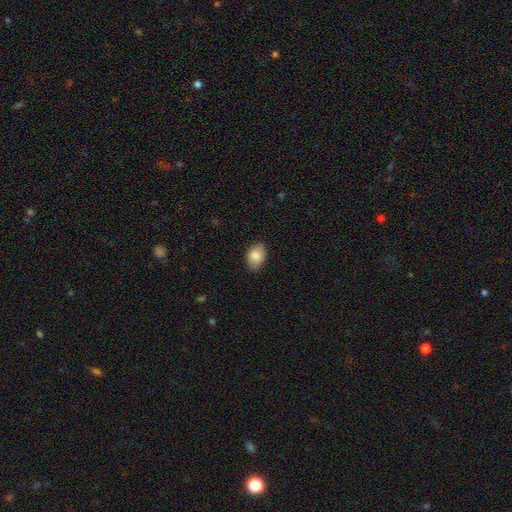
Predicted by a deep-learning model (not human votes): Smooth or featured? Predicted: smooth (p=0.87). How rounded? Predicted: in between (p=0.84). Merging? Predicted: none (p=0.82).